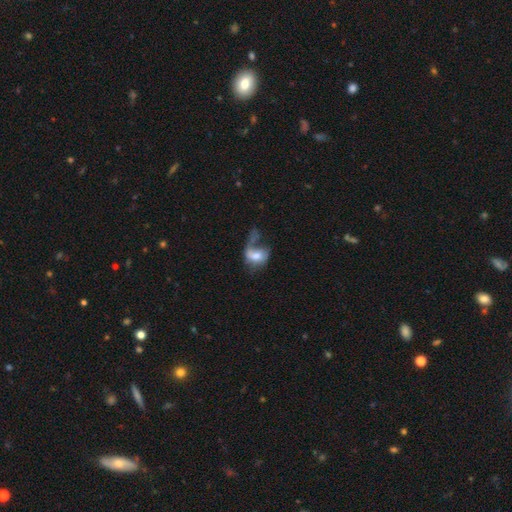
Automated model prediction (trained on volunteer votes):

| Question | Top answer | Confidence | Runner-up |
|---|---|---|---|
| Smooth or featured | smooth | 50% | featured or disk (41%) |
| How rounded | in between | 70% | round (28%) |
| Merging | major disturbance | 50% | none (19%) |